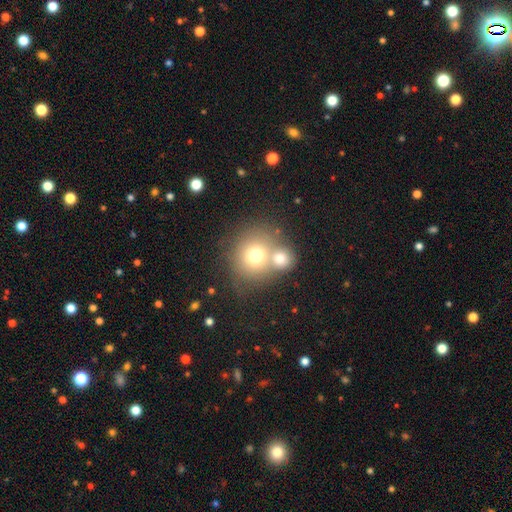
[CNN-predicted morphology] The model was most divided on "merging": merger: 50%, none: 39%, minor disturbance: 8%, major disturbance: 4%. More confident: how rounded — round (83%); smooth or featured — smooth (70%).